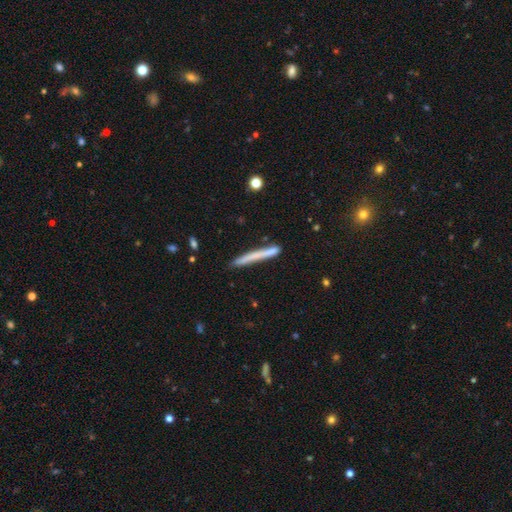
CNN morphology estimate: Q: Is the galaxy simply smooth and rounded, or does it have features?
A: smooth — 62%.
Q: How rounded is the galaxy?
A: cigar-shaped — 97%.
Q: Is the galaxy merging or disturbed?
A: none — 82%.